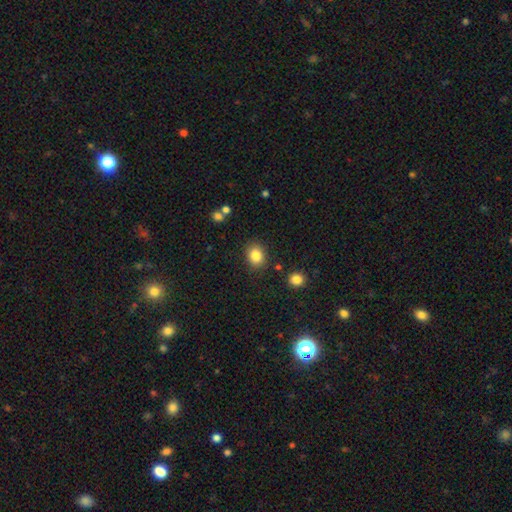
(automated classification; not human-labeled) This appears to be a smooth galaxy with no disk features (85%) that is round (55%). Merging: none (84%).